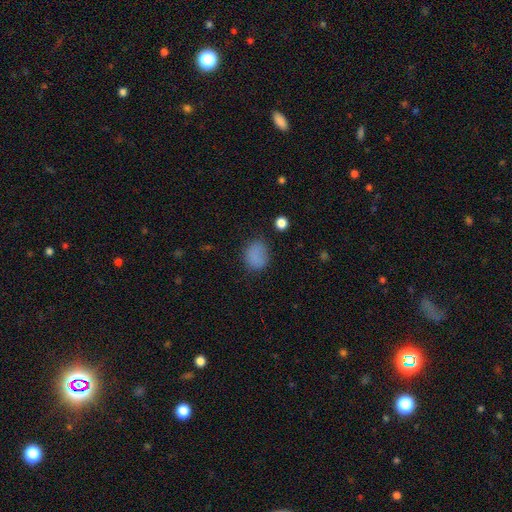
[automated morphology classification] Smooth or featured?
  - smooth: 82% *
  - star or artifact: 13%
  - featured or disk: 6%
How rounded?
  - round: 61% *
  - in between: 38%
  - cigar-shaped: 1%
Merging?
  - none: 73% *
  - minor disturbance: 19%
  - major disturbance: 6%
  - merger: 2%